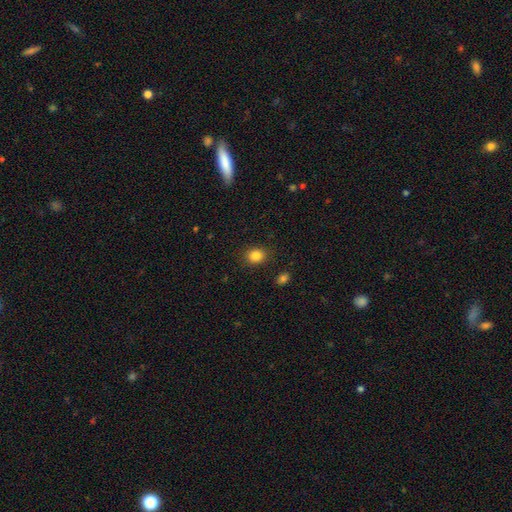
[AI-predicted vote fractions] This is clearly a smooth galaxy (85%). How rounded: possibly round (56%). Merging: clearly none (88%).